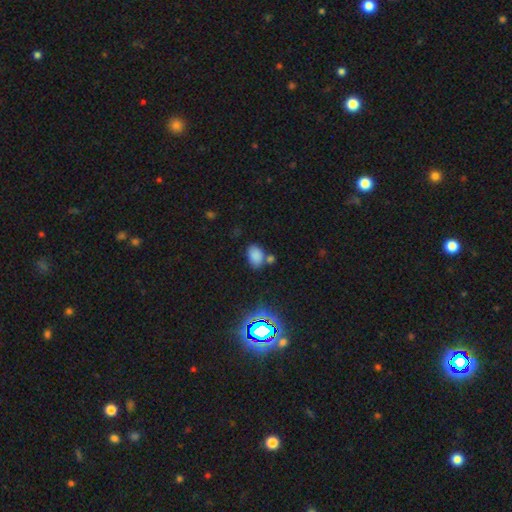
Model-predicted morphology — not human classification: A smooth galaxy with no disk features (77%) that is in between round and cigar-shaped (83%). Merging: none (62%).